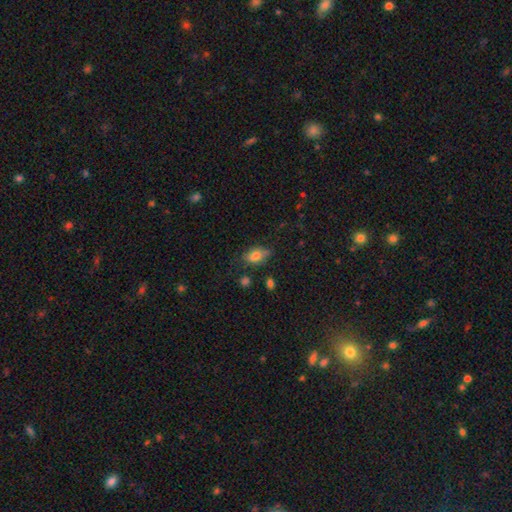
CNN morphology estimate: Smooth or featured? smooth (75%)
How rounded? in between (83%)
Merging? none (62%)